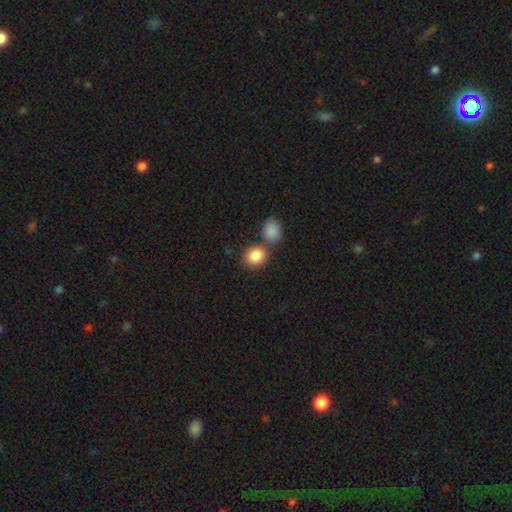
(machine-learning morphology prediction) This is clearly a smooth galaxy (87%). How rounded: likely round (63%). Merging: possibly none (58%).